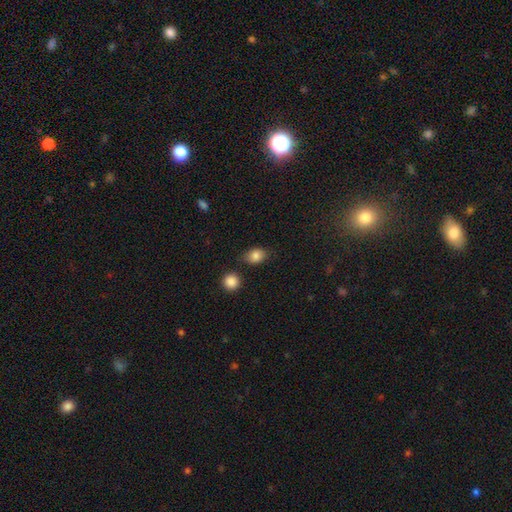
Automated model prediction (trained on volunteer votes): A smooth galaxy with no disk features (84%) that is in between round and cigar-shaped (62%). Merging: none (73%).